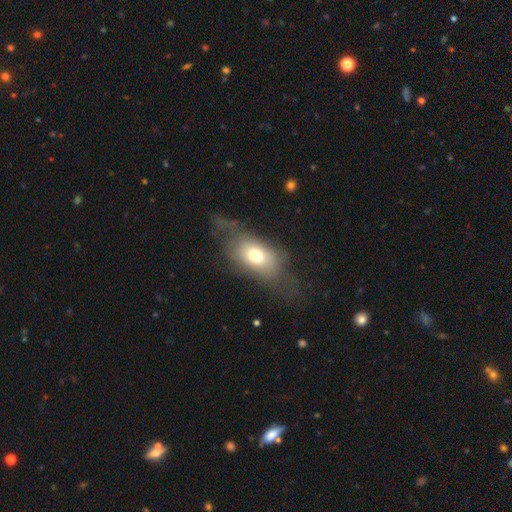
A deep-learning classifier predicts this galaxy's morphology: Overall: smooth (68%). How rounded: in between (80%). Merging: none (41%; major disturbance 32%).